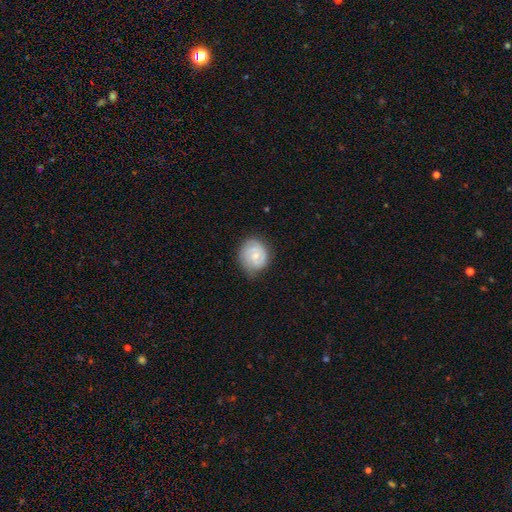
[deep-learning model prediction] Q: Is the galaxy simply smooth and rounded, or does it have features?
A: featured or disk — 59%.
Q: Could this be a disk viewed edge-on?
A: no — 98%.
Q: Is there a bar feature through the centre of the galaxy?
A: no — 69%.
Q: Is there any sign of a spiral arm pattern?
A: yes — 85%.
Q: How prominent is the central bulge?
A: small — 61%.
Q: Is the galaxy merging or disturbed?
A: none — 67%.